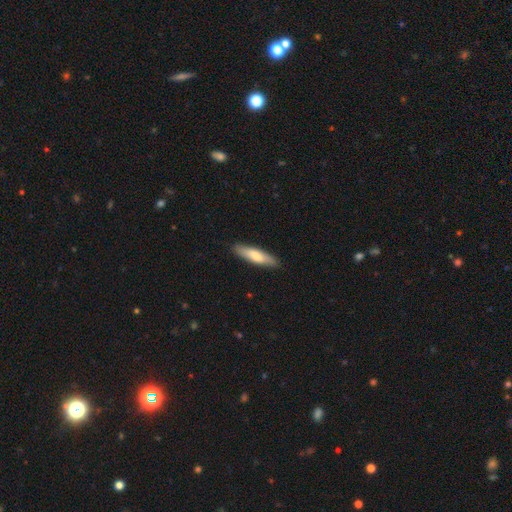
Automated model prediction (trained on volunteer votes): The model was most divided on "smooth or featured": smooth: 71%, featured or disk: 24%, star or artifact: 5%. More confident: merging — none (89%); how rounded — cigar-shaped (73%).